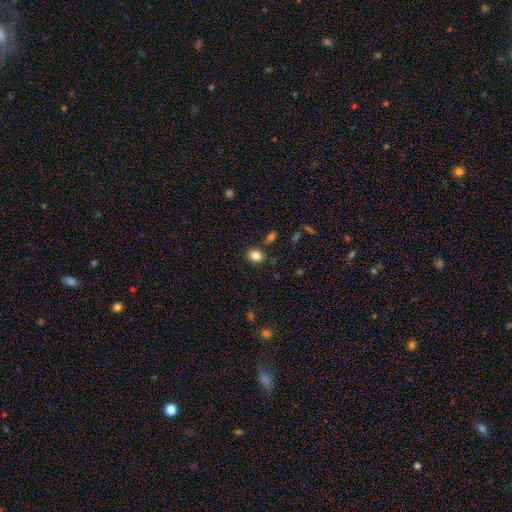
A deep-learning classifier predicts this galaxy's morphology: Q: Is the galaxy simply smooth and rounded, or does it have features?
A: smooth — 84%.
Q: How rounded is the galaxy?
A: in between — 53%.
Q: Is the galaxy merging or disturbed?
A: none — 83%.